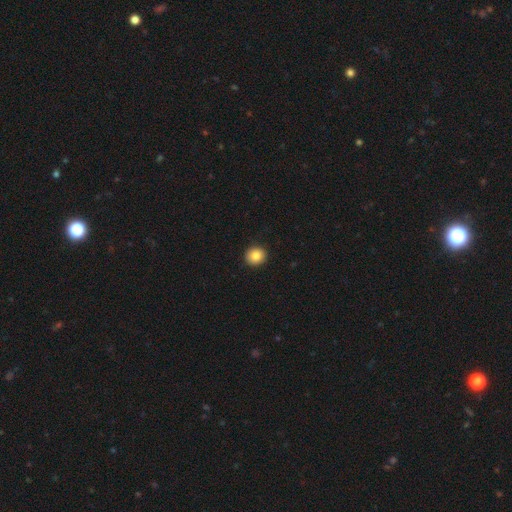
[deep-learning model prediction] The model was most divided on "smooth or featured": smooth: 85%, star or artifact: 9%, featured or disk: 6%. More confident: merging — none (93%); how rounded — round (88%).